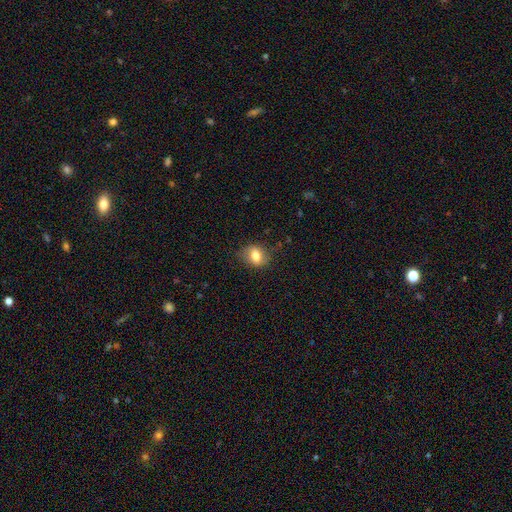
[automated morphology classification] The model was most divided on "how rounded": in between: 59%, round: 39%, cigar-shaped: 2%. More confident: merging — none (76%); smooth or featured — smooth (73%).